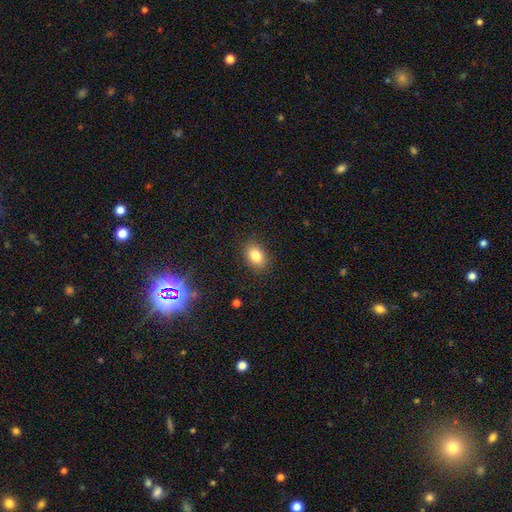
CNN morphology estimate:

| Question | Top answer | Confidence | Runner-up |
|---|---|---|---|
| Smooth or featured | smooth | 82% | star or artifact (10%) |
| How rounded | in between | 78% | round (20%) |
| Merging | none | 87% | minor disturbance (9%) |